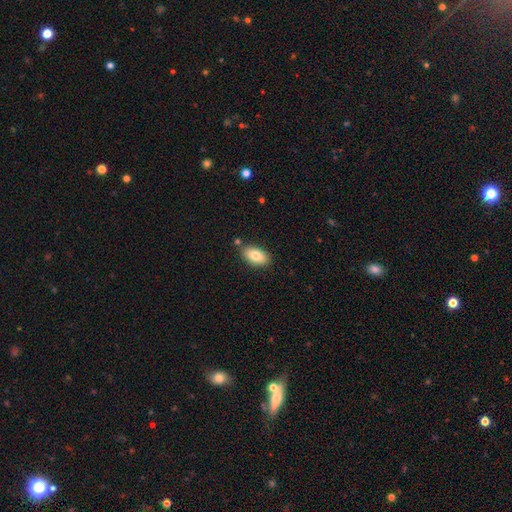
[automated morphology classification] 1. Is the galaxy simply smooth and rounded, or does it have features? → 80% smooth, 12% featured or disk, 7% star or artifact.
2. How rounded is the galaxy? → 93% in between, 4% round, 3% cigar-shaped.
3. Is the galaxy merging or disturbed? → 83% none, 11% minor disturbance, 4% merger, 2% major disturbance.